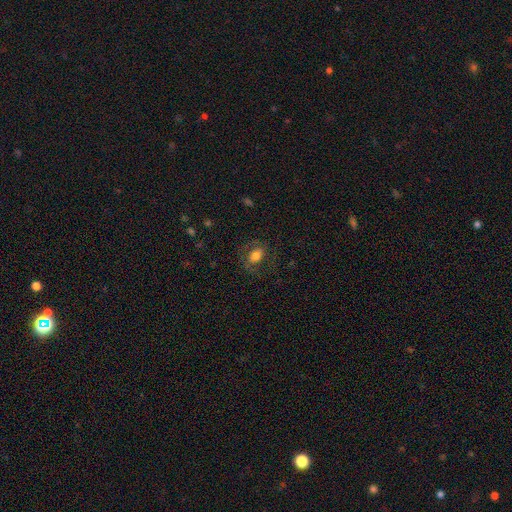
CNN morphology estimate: Overall: smooth (58%; featured or disk 33%). How rounded: in between (74%). Merging: none (67%).